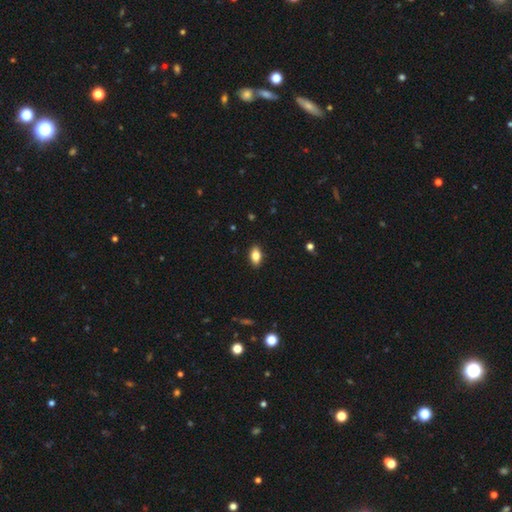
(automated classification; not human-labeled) smooth_or_featured: smooth (p=0.83) [alt: featured or disk p=0.09]
how_rounded: in between (p=0.90) [alt: round p=0.06]
merging: none (p=0.89) [alt: minor disturbance p=0.08]